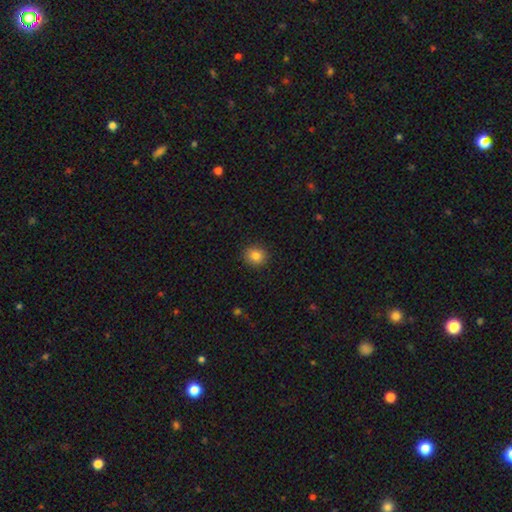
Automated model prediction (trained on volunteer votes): The model was most divided on "how rounded": round: 81%, in between: 18%, cigar-shaped: 1%. More confident: merging — none (90%); smooth or featured — smooth (83%).